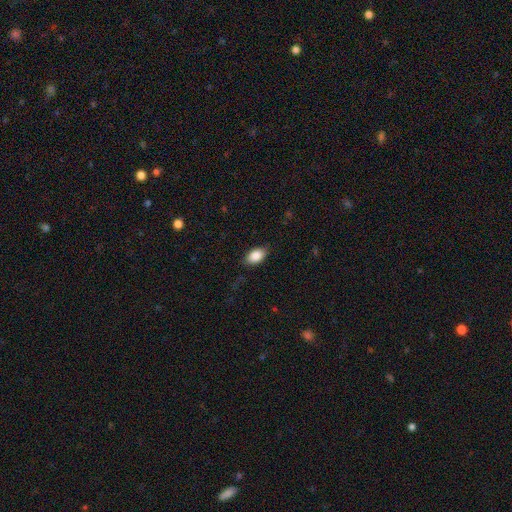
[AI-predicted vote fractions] Smooth or featured? Predicted: smooth (p=0.86). How rounded? Predicted: in between (p=0.90). Merging? Predicted: none (p=0.82).